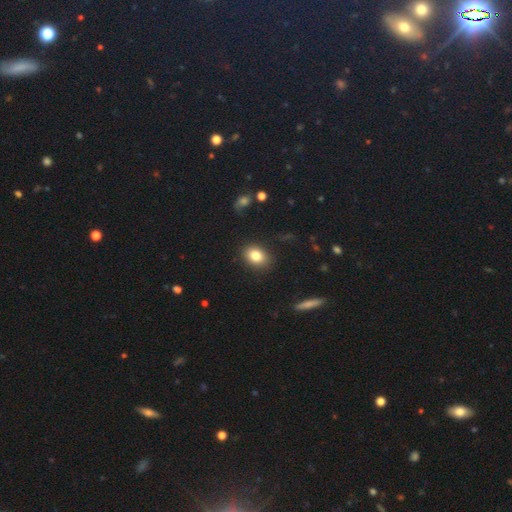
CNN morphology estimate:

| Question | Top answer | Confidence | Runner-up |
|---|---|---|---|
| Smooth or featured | smooth | 82% | star or artifact (9%) |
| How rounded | in between | 64% | round (35%) |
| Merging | none | 86% | minor disturbance (10%) |